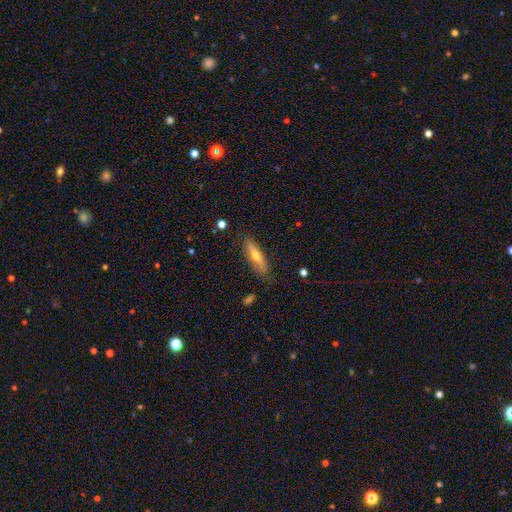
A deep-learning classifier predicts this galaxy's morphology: This appears to be a smooth galaxy with no disk features (47%, tied with featured or disk). Merging: none (81%).